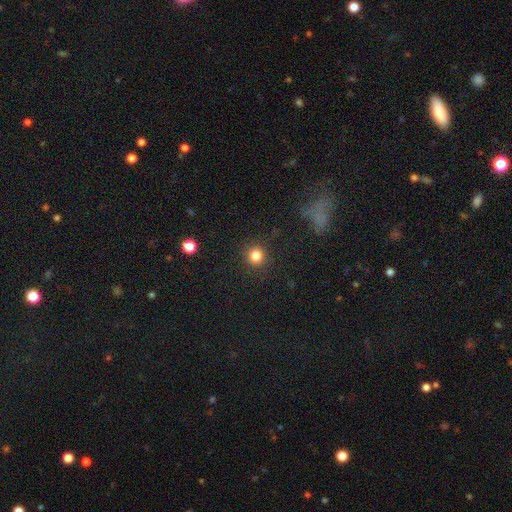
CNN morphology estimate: Q: Smooth or featured?
A: smooth (83%); runner-up: star or artifact (12%)
Q: How rounded?
A: round (93%); runner-up: in between (6%)
Q: Merging?
A: none (89%); runner-up: minor disturbance (7%)